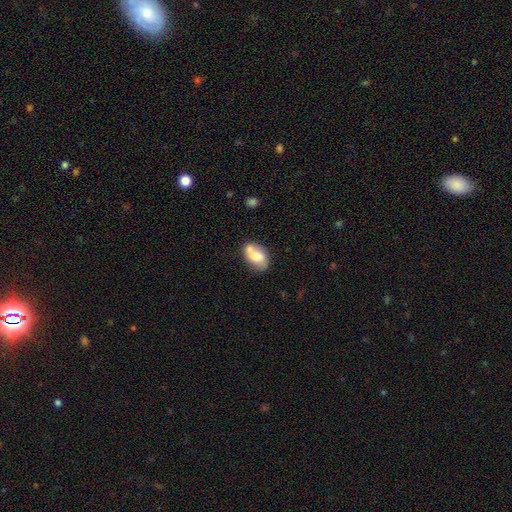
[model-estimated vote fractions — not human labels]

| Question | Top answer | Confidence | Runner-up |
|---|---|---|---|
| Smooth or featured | smooth | 66% | featured or disk (27%) |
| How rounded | in between | 84% | round (14%) |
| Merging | none | 44% | merger (32%) |